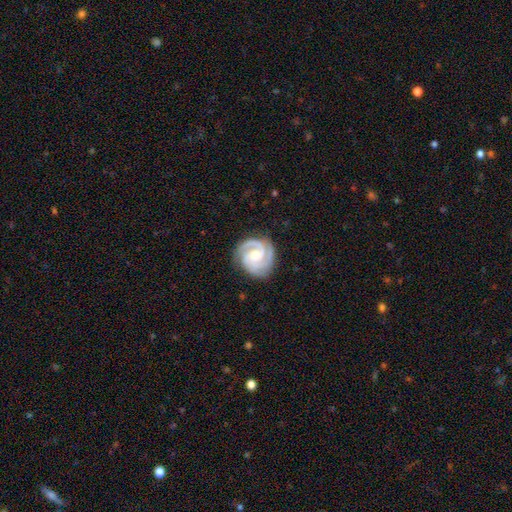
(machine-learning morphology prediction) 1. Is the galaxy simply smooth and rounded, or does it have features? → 91% featured or disk, 6% smooth, 4% star or artifact.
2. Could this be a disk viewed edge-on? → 98% no, 2% yes.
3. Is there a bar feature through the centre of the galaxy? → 63% no, 30% weak, 7% strong.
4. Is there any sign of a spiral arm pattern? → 98% yes, 2% no.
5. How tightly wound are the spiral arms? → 67% tight, 30% medium, 3% loose.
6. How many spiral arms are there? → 58% 3, 26% 2, 6% can't tell, 5% 4, 3% 1, 3% more than 4.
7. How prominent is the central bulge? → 56% moderate, 39% small, 3% large, 1% none, 1% dominant.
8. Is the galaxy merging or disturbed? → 81% none, 14% minor disturbance, 4% major disturbance, 1% merger.